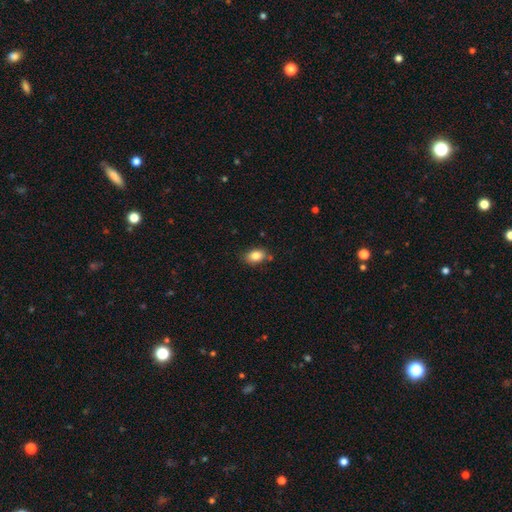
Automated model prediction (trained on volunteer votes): smooth 83%, star or artifact 9%, featured or disk 7%. Down the decision tree: how rounded — in between (77%); merging — none (77%).